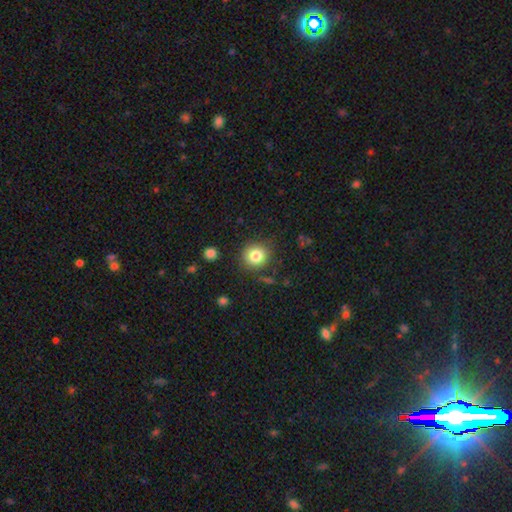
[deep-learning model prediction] Q: Smooth or featured?
A: smooth (82%); runner-up: star or artifact (11%)
Q: How rounded?
A: round (89%); runner-up: in between (10%)
Q: Merging?
A: none (84%); runner-up: minor disturbance (10%)